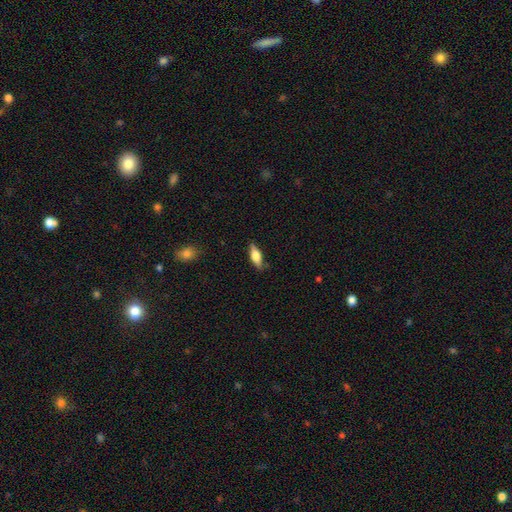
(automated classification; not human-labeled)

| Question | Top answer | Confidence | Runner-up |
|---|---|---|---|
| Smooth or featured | smooth | 61% | featured or disk (32%) |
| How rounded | in between | 61% | cigar-shaped (37%) |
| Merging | none | 82% | minor disturbance (14%) |